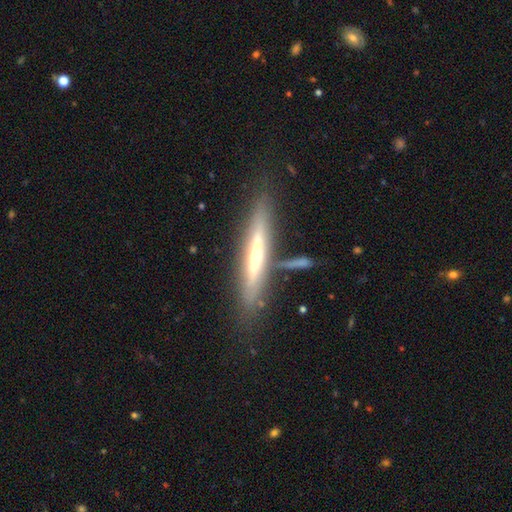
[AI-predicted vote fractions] smooth_or_featured: featured or disk (p=0.65) [alt: smooth p=0.28]
disk_edge_on: yes (p=0.90) [alt: no p=0.10]
edge_on_bulge: rounded (p=0.56) [alt: none p=0.32]
merging: none (p=0.70) [alt: minor disturbance p=0.15]